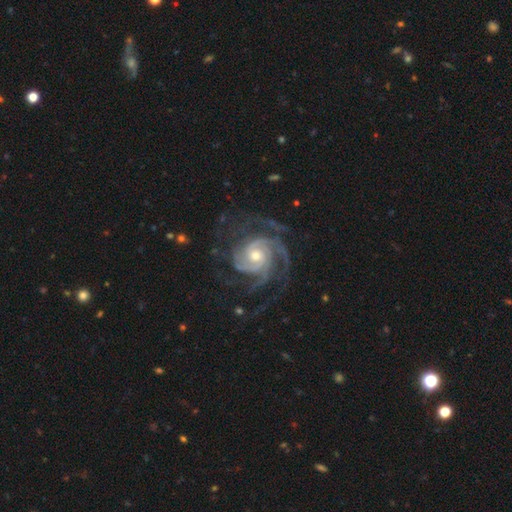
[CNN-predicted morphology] type=featured or disk (93%); edge-on=no (98%); bar=no (67%); spiral arms=yes (99%); winding=tight (64%); arm count=3 (36%); bulge=moderate (55%); merging=none (71%).